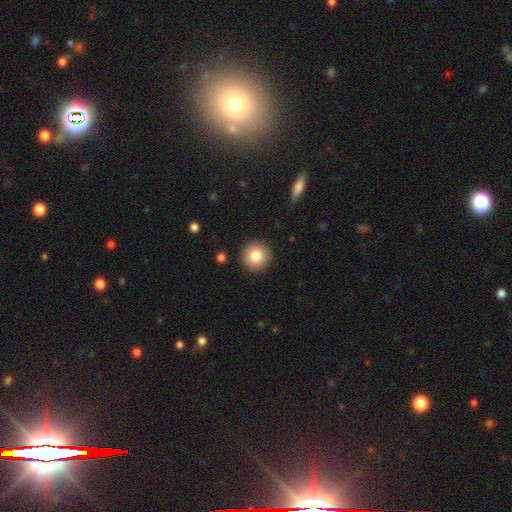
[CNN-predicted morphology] This is clearly a smooth galaxy (82%). How rounded: clearly round (95%). Merging: clearly none (91%).